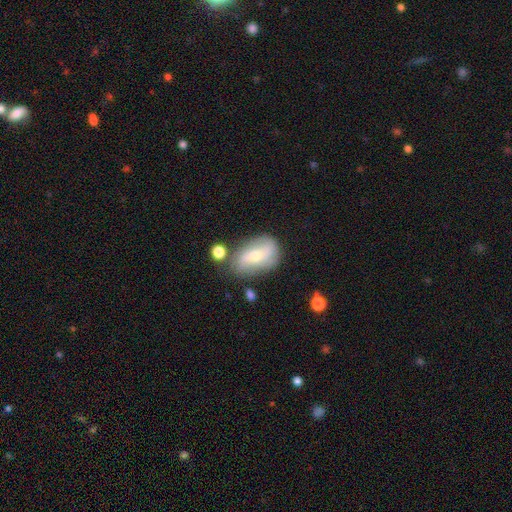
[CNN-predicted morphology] type=featured or disk (50%); merging=none (63%).